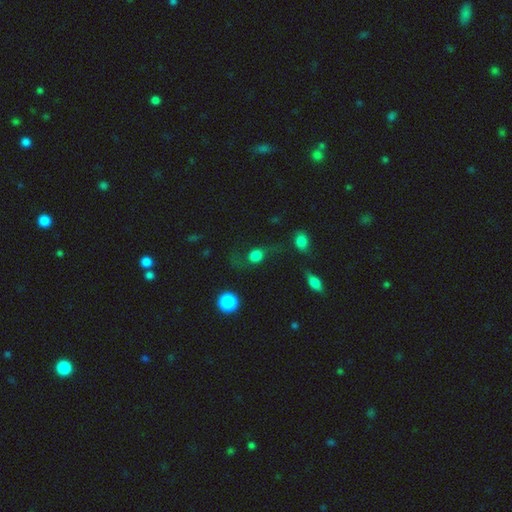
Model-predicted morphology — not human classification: smooth-or-featured: smooth: 63% | featured or disk: 23% | star or artifact: 13%
  how-rounded: round: 71% | in between: 26% | cigar-shaped: 3%
  merging: none: 45% | major disturbance: 30% | minor disturbance: 18% | merger: 7%